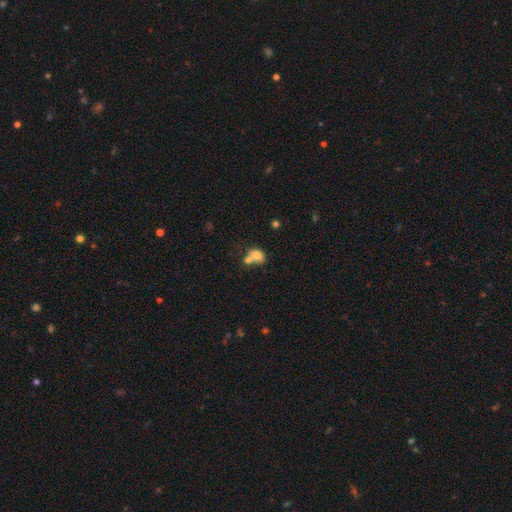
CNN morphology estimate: This is likely a smooth galaxy (76%). How rounded: possibly in between (58%). Merging: possibly merger (53%).